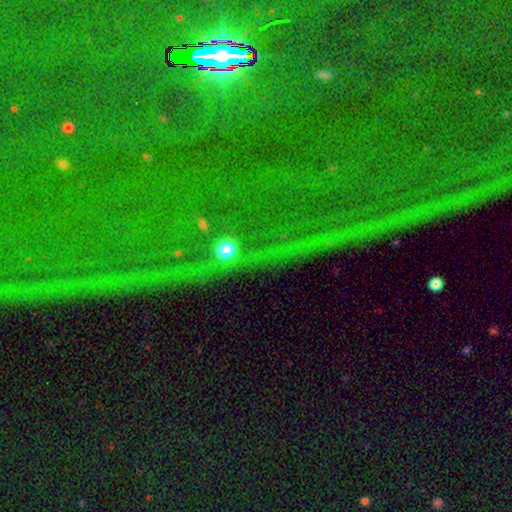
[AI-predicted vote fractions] Smooth or featured? star or artifact (76%)